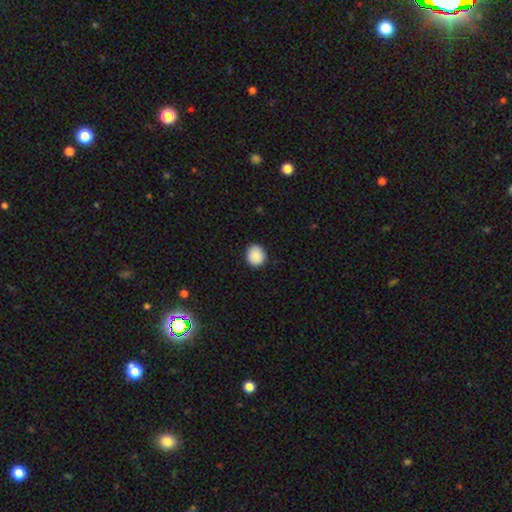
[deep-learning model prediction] This is clearly a smooth galaxy (89%). How rounded: clearly round (82%). Merging: clearly none (90%).